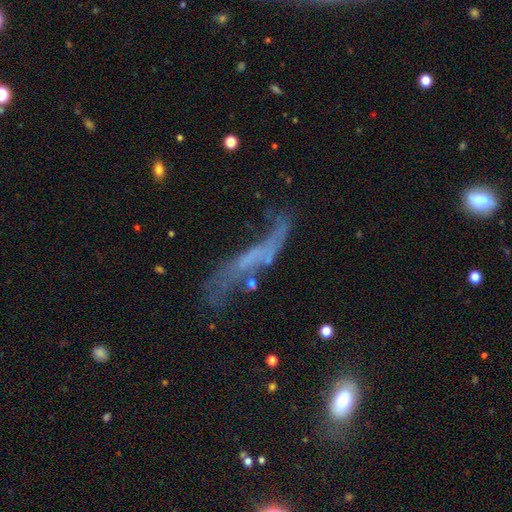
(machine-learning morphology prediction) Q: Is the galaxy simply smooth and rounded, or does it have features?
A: featured or disk — 58%.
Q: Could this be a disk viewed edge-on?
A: no — 62%.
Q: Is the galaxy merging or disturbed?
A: none — 38%.